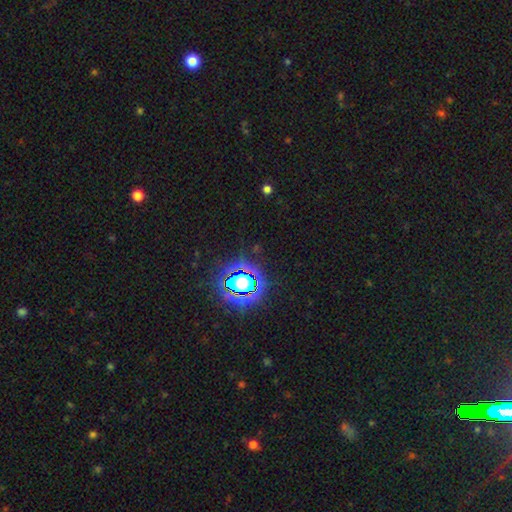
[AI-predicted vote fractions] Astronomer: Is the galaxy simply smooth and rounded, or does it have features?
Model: star or artifact — 82%.